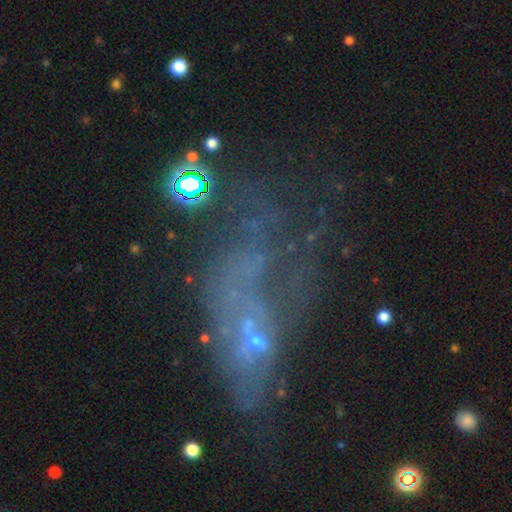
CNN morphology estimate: A featured or disk galaxy (43%).

Vote fractions:
- Smooth or featured? featured or disk: 43% / star or artifact: 32% / smooth: 25%
- Merging? major disturbance: 38% / none: 31% / minor disturbance: 16% / merger: 15%